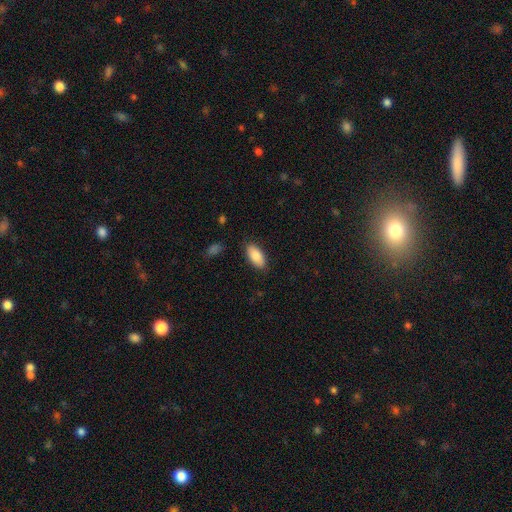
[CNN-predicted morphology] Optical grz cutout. It shows a smooth galaxy with no disk features (85%) that is in between round and cigar-shaped (91%). Merging: none (86%).